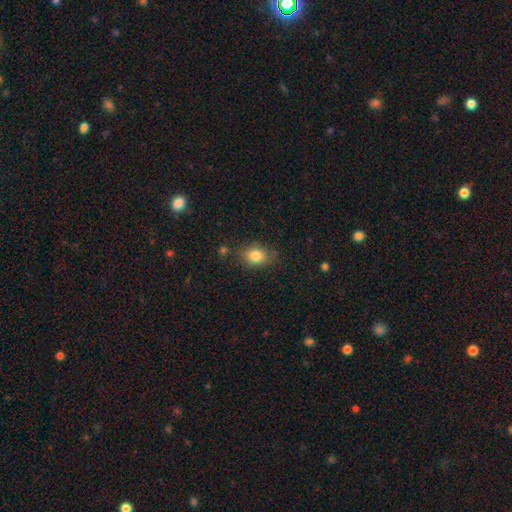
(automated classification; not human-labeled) Smooth or featured?
  - smooth: 82% *
  - star or artifact: 10%
  - featured or disk: 8%
How rounded?
  - in between: 59% *
  - round: 40%
  - cigar-shaped: 1%
Merging?
  - none: 76% *
  - minor disturbance: 17%
  - major disturbance: 4%
  - merger: 3%